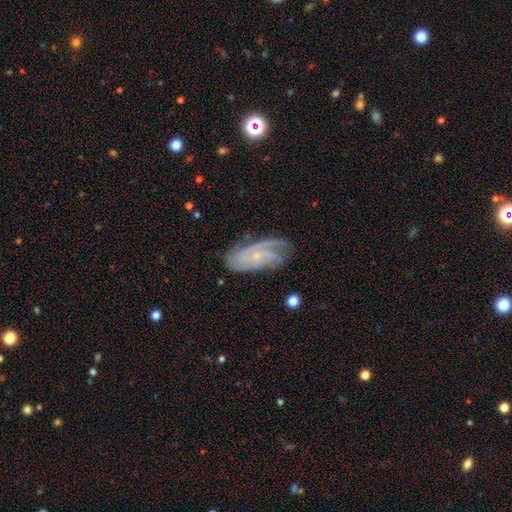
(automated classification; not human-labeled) smooth-or-featured: featured or disk: 82% | smooth: 11% | star or artifact: 7%
  disk-edge-on: no: 95% | yes: 5%
    bar: no: 67% | weak: 27% | strong: 6%
    has-spiral-arms: yes: 96% | no: 4%
      spiral-winding: tight: 55% | medium: 35% | loose: 10%
      spiral-arm-count: 3: 27% | can't tell: 25% | 2: 24% | 4: 12% | 1: 6% | more than 4: 6%
    bulge-size: small: 79% | moderate: 12% | none: 7% | large: 1% | dominant: 1%
  merging: none: 69% | minor disturbance: 21% | major disturbance: 8% | merger: 2%